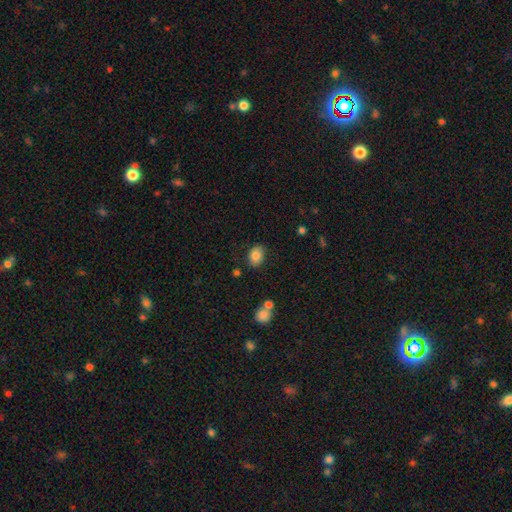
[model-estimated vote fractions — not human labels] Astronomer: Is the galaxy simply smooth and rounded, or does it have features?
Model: smooth — 84%.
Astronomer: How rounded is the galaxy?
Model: in between — 76%.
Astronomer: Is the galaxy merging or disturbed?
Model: none — 81%.